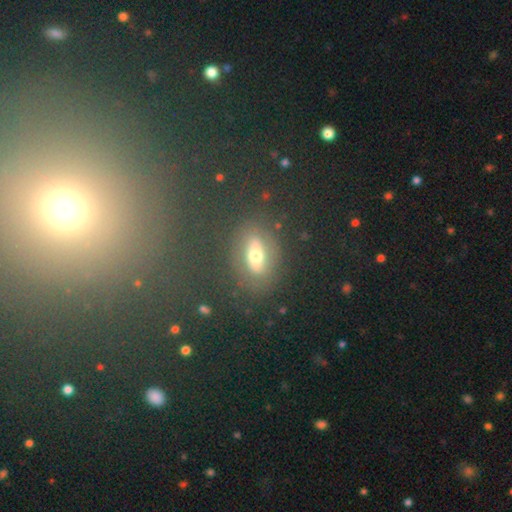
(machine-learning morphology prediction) Q: Smooth or featured?
A: smooth (46%); runner-up: featured or disk (30%)
Q: Merging?
A: none (79%); runner-up: minor disturbance (12%)